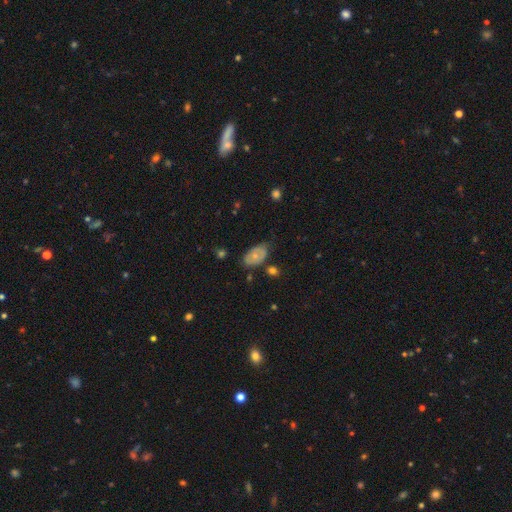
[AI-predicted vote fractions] smooth_or_featured: smooth (p=0.58) [alt: featured or disk p=0.34]
how_rounded: in between (p=0.90) [alt: round p=0.09]
merging: none (p=0.59) [alt: minor disturbance p=0.31]